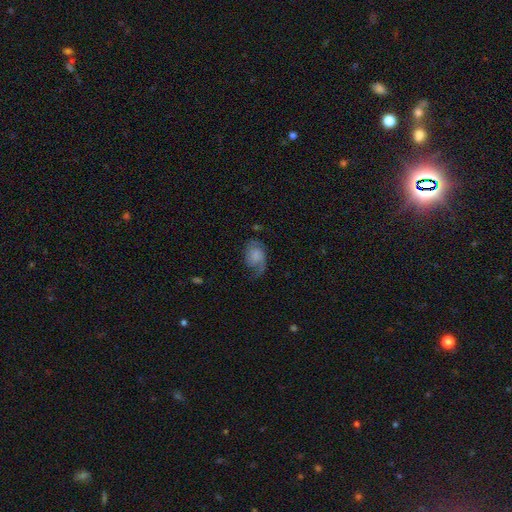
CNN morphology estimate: The model was most divided on "smooth or featured": featured or disk: 54%, smooth: 38%, star or artifact: 9%. Remaining: edge-on disk — no (97%); spiral arms — yes (87%); bar — no (71%); merging — none (46%); bulge size — none (45%).